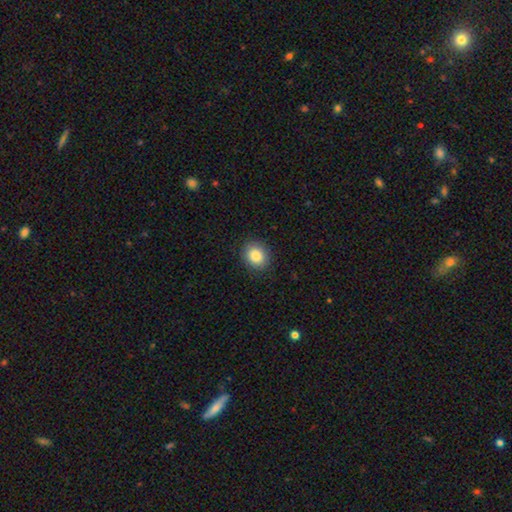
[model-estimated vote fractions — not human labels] Smooth or featured: smooth — 85% (star or artifact — 9%)
How rounded: round — 67% (in between — 32%)
Merging: none — 89% (minor disturbance — 8%)